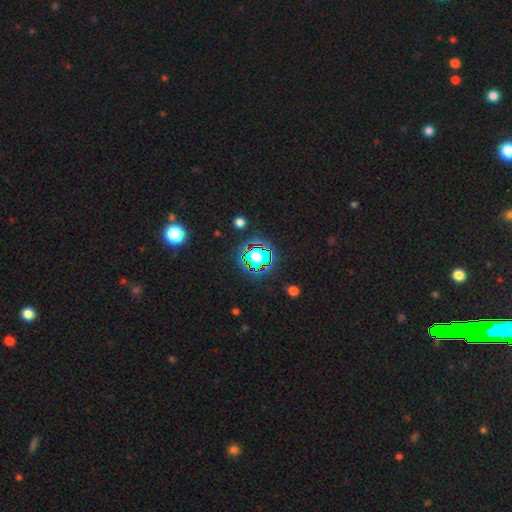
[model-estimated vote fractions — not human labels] smooth-or-featured: star or artifact: 59% | smooth: 28% | featured or disk: 13%